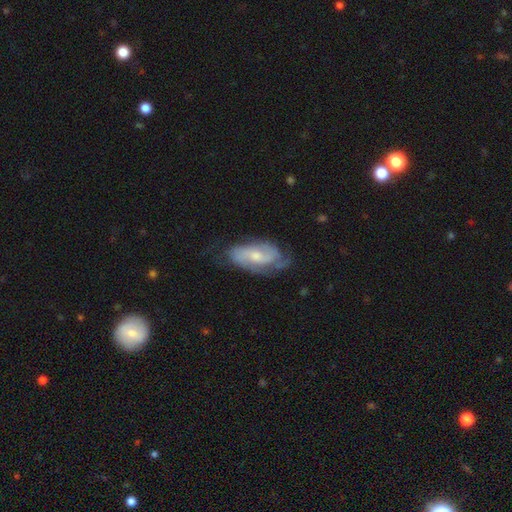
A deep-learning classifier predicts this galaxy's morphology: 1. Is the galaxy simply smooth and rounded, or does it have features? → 73% featured or disk, 20% smooth, 7% star or artifact.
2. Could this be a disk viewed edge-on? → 93% no, 7% yes.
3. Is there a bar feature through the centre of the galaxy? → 58% no, 34% weak, 8% strong.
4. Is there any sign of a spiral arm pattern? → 91% yes, 9% no.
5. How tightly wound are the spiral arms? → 42% medium (tied), 42% tight (tied), 17% loose.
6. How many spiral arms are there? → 48% 2, 27% can't tell, 14% 3, 5% 1, 3% 4, 2% more than 4.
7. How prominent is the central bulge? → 50% moderate, 43% small, 3% large, 3% none, 1% dominant.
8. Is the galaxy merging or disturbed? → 63% none, 25% minor disturbance, 11% major disturbance, 2% merger.